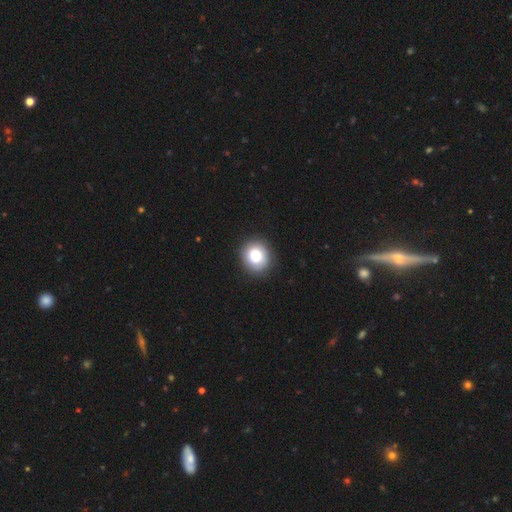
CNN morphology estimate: Smooth or featured? Predicted: smooth (p=0.80). How rounded? Predicted: round (p=0.83). Merging? Predicted: none (p=0.89).